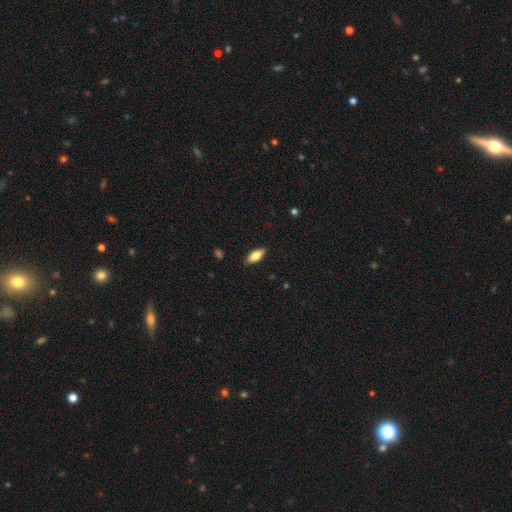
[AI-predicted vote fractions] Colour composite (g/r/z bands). It shows a smooth galaxy with no disk features (70%) that is in between round and cigar-shaped (79%). Merging: none (87%).